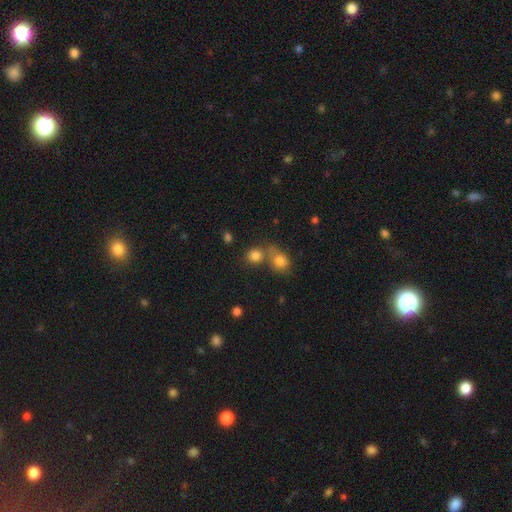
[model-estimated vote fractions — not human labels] Morphology: type=smooth (81%); roundness=round (78%); merging=none (52%).